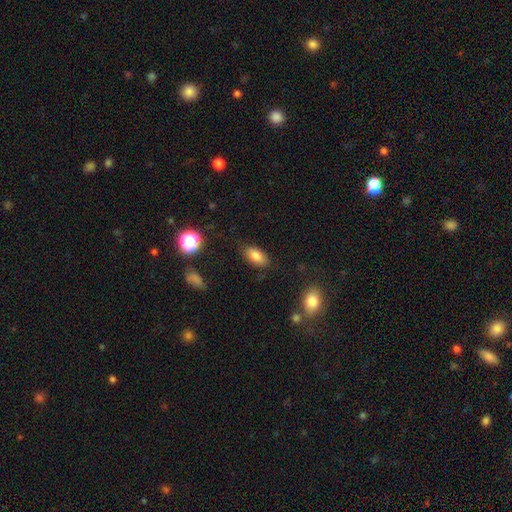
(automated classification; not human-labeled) Smooth or featured? Predicted: smooth (p=0.82). How rounded? Predicted: in between (p=0.89). Merging? Predicted: none (p=0.82).